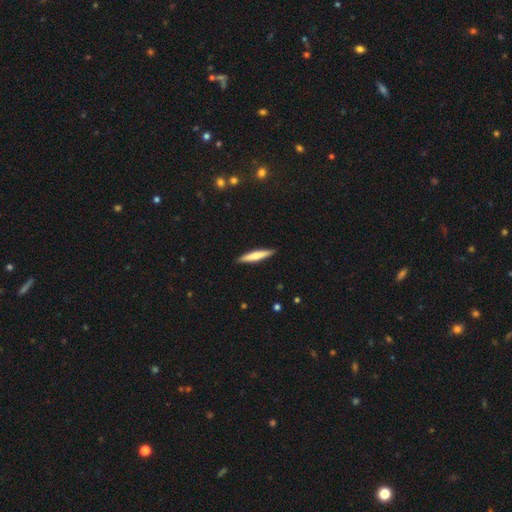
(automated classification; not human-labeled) Overall: smooth (65%; featured or disk 29%). How rounded: cigar-shaped (90%). Merging: none (90%).